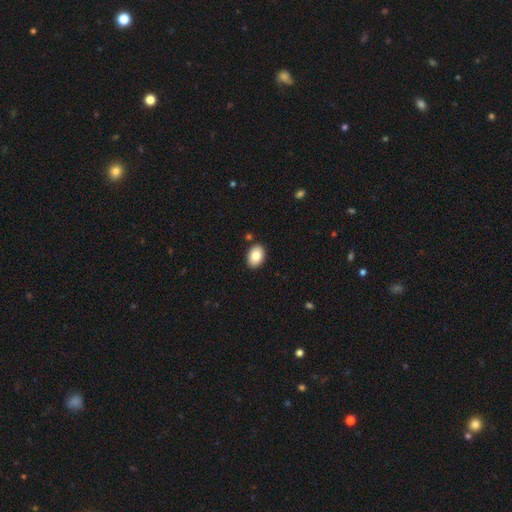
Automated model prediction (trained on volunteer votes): This is clearly a smooth galaxy (83%). How rounded: clearly in between (86%). Merging: clearly none (89%).